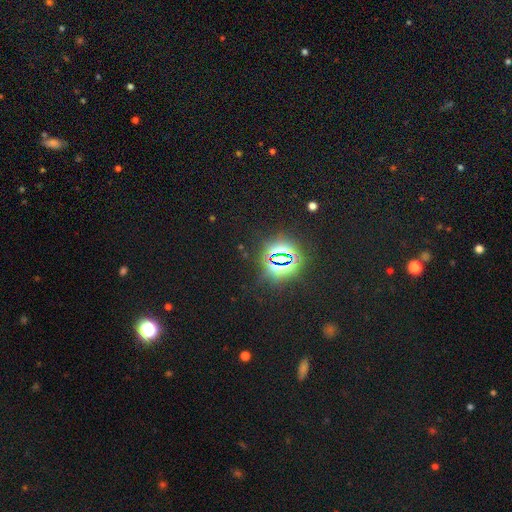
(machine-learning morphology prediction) This appears to be a star or artifact, not a galaxy (80%).